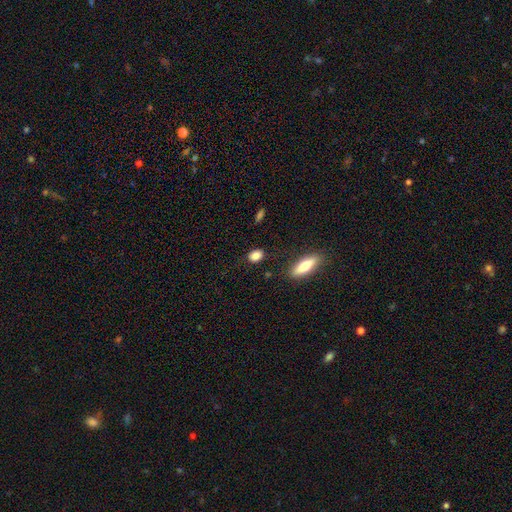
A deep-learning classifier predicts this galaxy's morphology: Smooth or featured? Predicted: smooth (p=0.86). How rounded? Predicted: in between (p=0.66). Merging? Predicted: none (p=0.81).